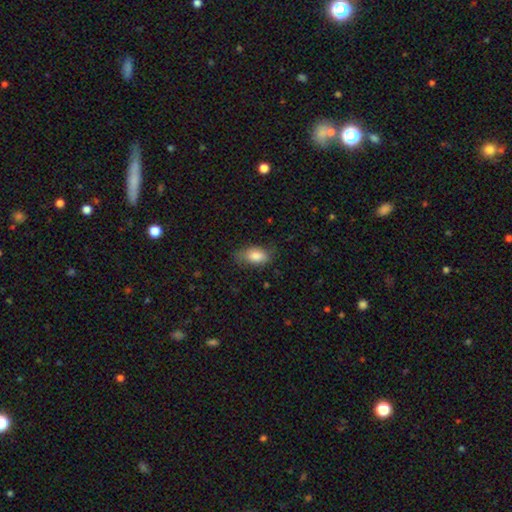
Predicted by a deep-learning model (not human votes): smooth-or-featured: smooth: 83% | featured or disk: 10% | star or artifact: 7%
  how-rounded: in between: 91% | round: 6% | cigar-shaped: 4%
  merging: none: 69% | minor disturbance: 24% | major disturbance: 7% | merger: 1%